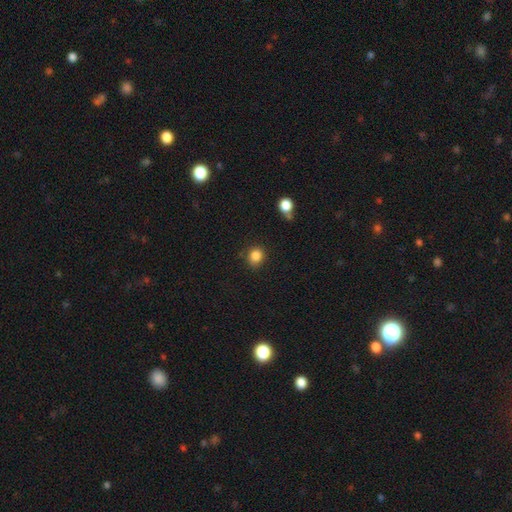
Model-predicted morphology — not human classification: Smooth or featured: smooth — 85% (star or artifact — 11%)
How rounded: round — 76% (in between — 23%)
Merging: none — 81% (minor disturbance — 13%)